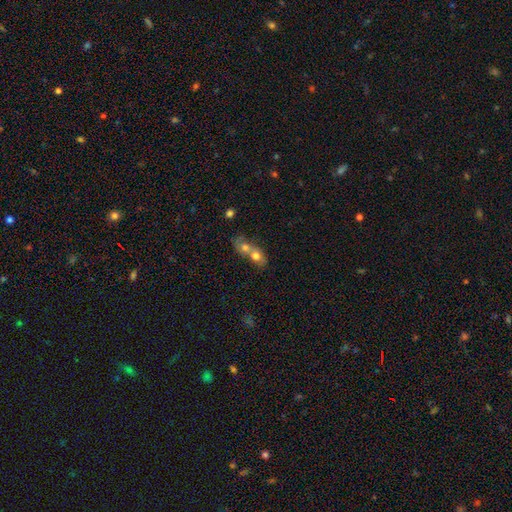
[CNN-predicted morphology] Smooth or featured? smooth (69%)
How rounded? in between (49%)
Merging? merger (79%)